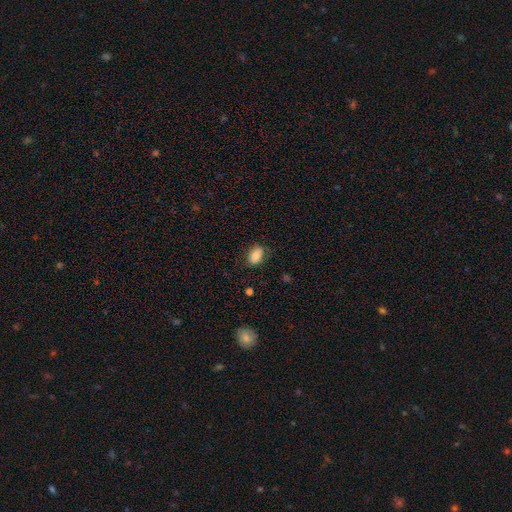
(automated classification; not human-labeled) Overall: smooth (81%). How rounded: in between (79%). Merging: none (76%).